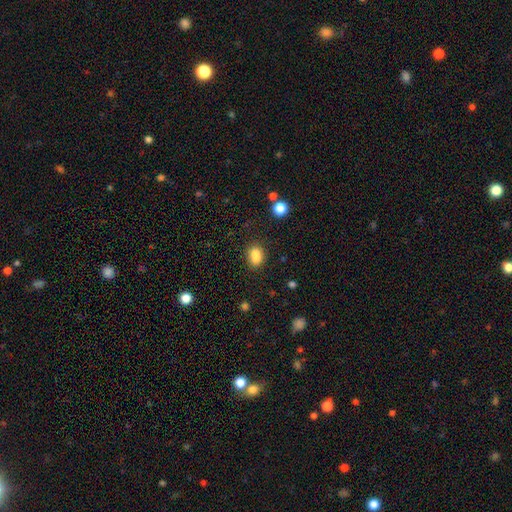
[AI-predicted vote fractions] The model was most divided on "merging": none: 49%, merger: 34%, minor disturbance: 13%, major disturbance: 4%. More confident: smooth or featured — smooth (79%); how rounded — in between (61%).